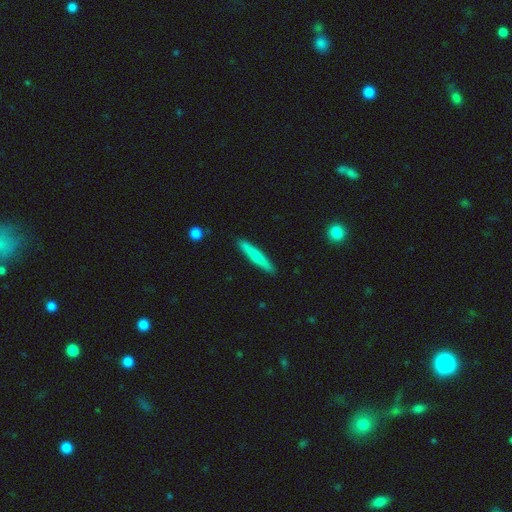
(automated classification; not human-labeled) This appears to be a smooth galaxy with no disk features (67%) that is cigar-shaped (94%). Merging: none (90%).